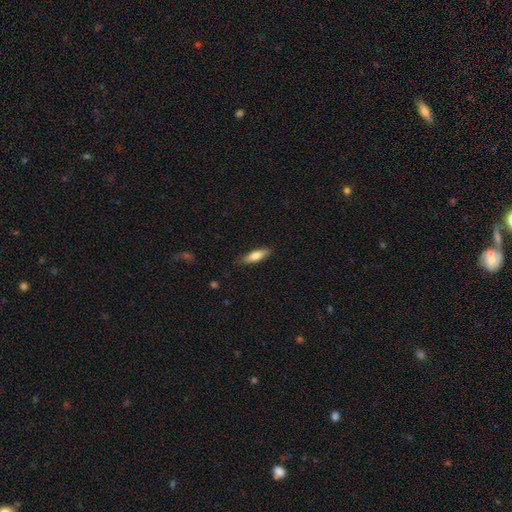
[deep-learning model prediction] Smooth or featured?
  - smooth: 77% *
  - featured or disk: 17%
  - star or artifact: 6%
How rounded?
  - cigar-shaped: 51% *
  - in between: 48%
  - round: 2%
Merging?
  - none: 85% *
  - minor disturbance: 12%
  - major disturbance: 2%
  - merger: 1%